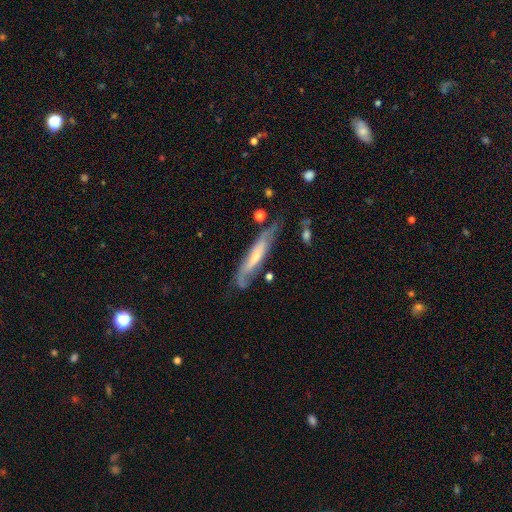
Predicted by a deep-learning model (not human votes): This is possibly a featured or disk galaxy (57%). It is possibly viewed edge-on (58%). Merging: possibly none (58%).